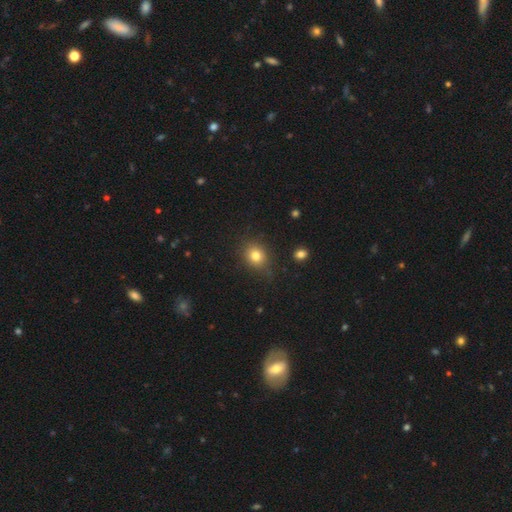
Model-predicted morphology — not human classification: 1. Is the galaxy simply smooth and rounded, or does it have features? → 79% smooth, 13% star or artifact, 8% featured or disk.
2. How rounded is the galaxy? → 69% round, 30% in between, 1% cigar-shaped.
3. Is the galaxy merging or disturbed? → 81% none, 14% minor disturbance, 4% major disturbance, 2% merger.